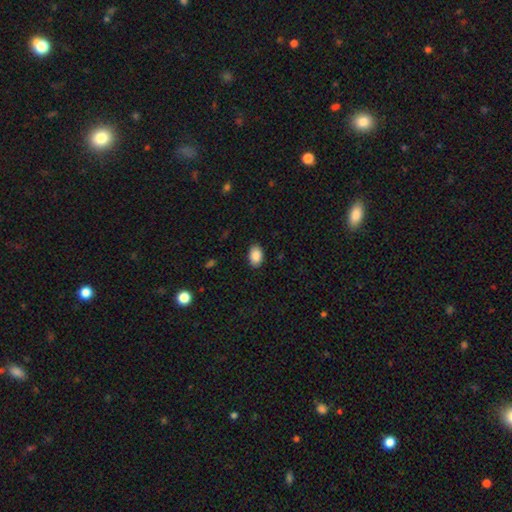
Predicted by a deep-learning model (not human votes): This appears to be a smooth galaxy with no disk features (88%) that is in between round and cigar-shaped (86%). Merging: none (88%).